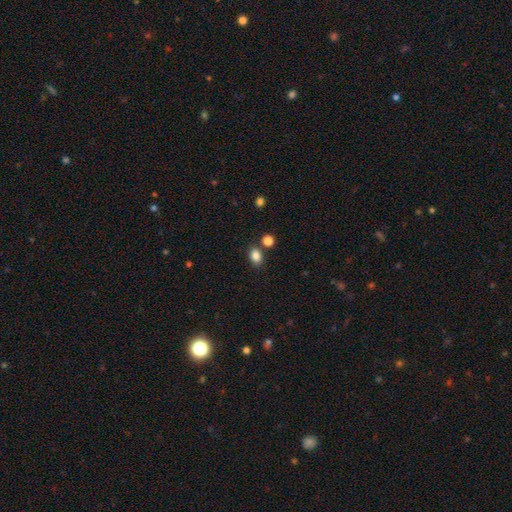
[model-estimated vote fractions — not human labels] smooth-or-featured: smooth: 85% | star or artifact: 11% | featured or disk: 4%
  how-rounded: in between: 62% | round: 37% | cigar-shaped: 1%
  merging: none: 75% | merger: 11% | minor disturbance: 11% | major disturbance: 3%